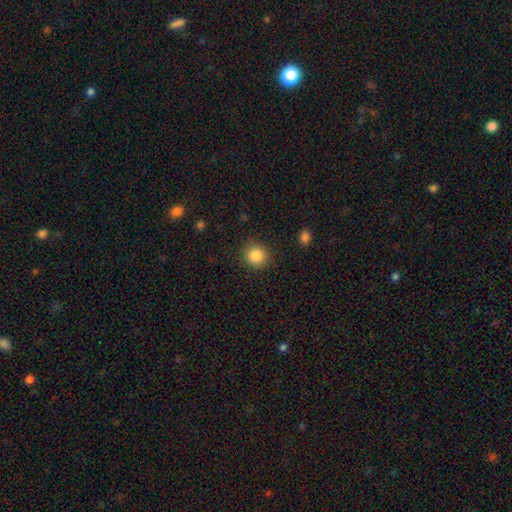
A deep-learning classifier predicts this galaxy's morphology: Smooth or featured? smooth (85%)
How rounded? round (90%)
Merging? none (89%)